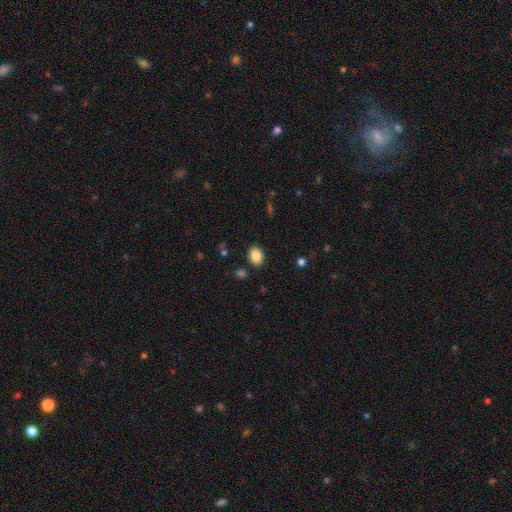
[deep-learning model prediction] Morphology: type=smooth (86%); roundness=in between (66%); merging=none (87%).